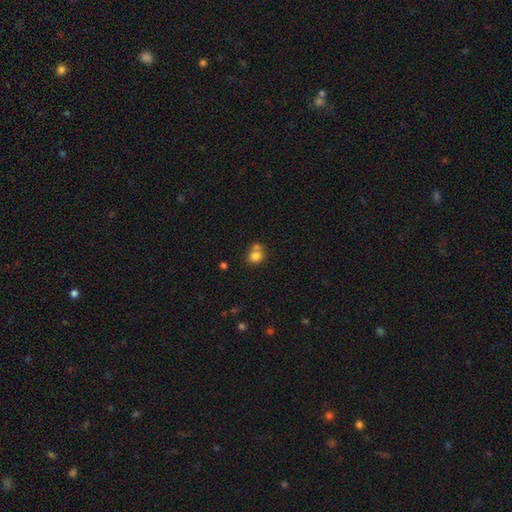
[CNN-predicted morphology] This appears to be a smooth galaxy with no disk features (80%) that is round (76%). Merging: none (47%).